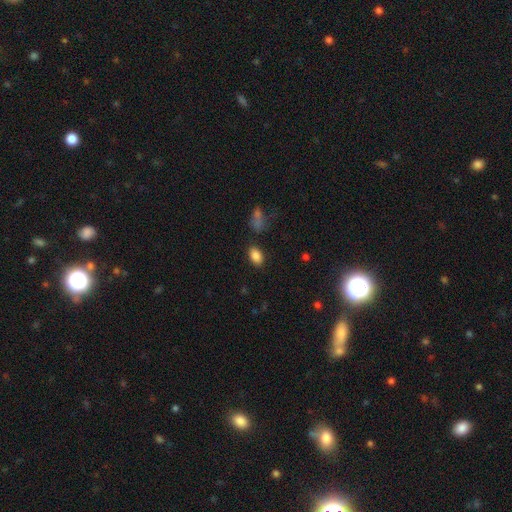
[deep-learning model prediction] A smooth galaxy with no disk features (87%) that is in between round and cigar-shaped (90%).

Vote fractions:
- Smooth or featured? smooth: 87% / star or artifact: 9% / featured or disk: 5%
- How rounded? in between: 90% / round: 8% / cigar-shaped: 2%
- Merging? none: 84% / minor disturbance: 10% / merger: 3% / major disturbance: 3%